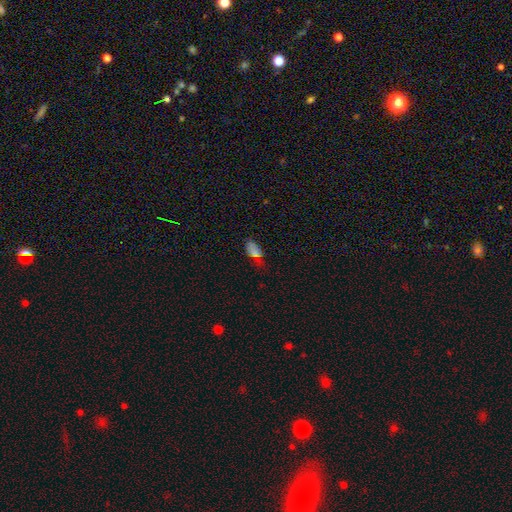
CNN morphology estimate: A smooth galaxy with no disk features (55%) that is in between round and cigar-shaped (82%). Merging: none (49%).